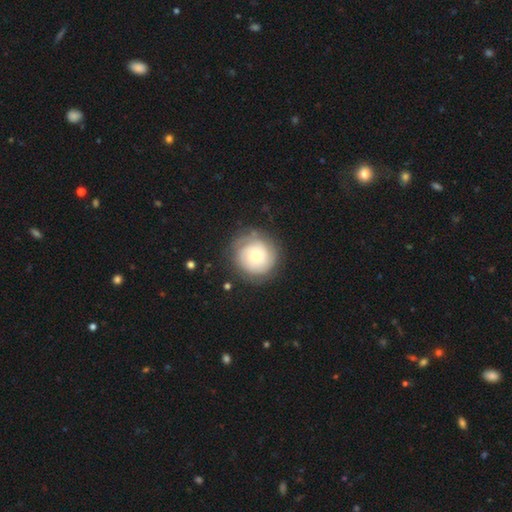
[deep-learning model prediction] smooth_or_featured: featured or disk (p=0.51) [alt: smooth p=0.42]
disk_edge_on: no (p=0.98) [alt: yes p=0.02]
merging: none (p=0.76) [alt: minor disturbance p=0.15]